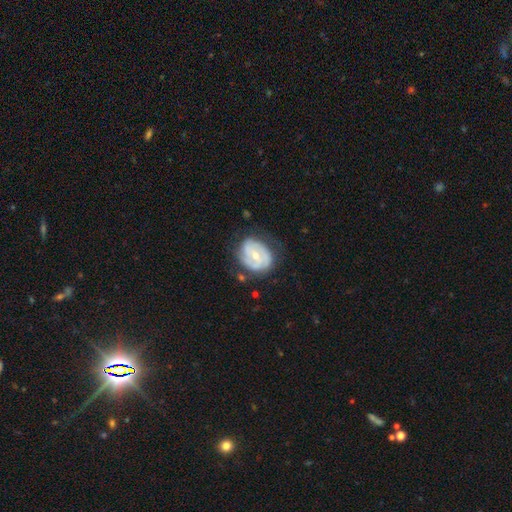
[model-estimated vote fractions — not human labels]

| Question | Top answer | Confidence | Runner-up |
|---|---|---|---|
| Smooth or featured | featured or disk | 72% | smooth (23%) |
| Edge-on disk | no | 97% | yes (3%) |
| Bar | no | 48% | weak (41%) |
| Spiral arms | yes | 83% | no (17%) |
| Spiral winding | tight | 55% | medium (33%) |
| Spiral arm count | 2 | 46% | can't tell (30%) |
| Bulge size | small | 49% | moderate (47%) |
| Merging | none | 60% | minor disturbance (27%) |